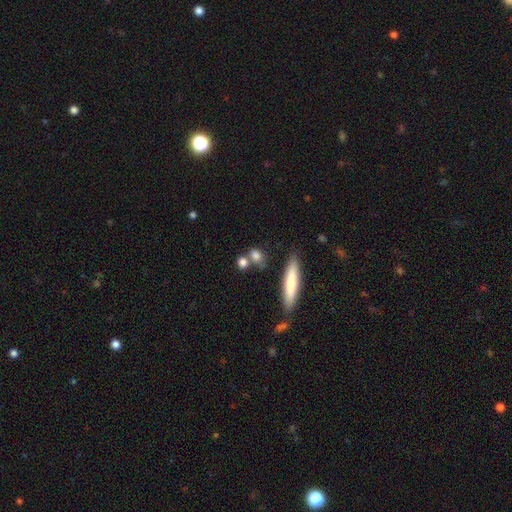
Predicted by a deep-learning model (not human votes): This is likely a smooth galaxy (78%). How rounded: marginally round (44%). Merging: possibly none (57%).